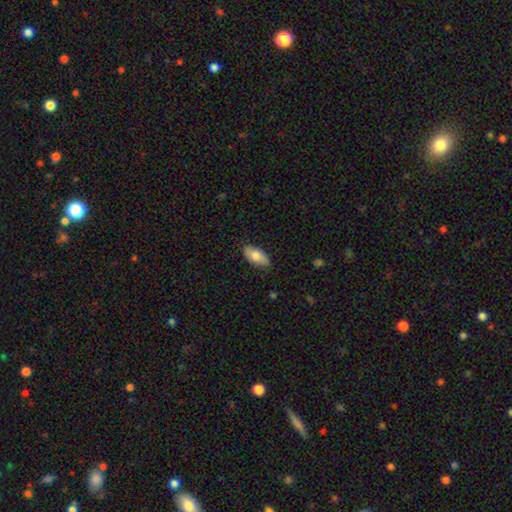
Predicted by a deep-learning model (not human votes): smooth_or_featured: smooth (p=0.76) [alt: featured or disk p=0.17]
how_rounded: in between (p=0.90) [alt: cigar-shaped p=0.07]
merging: none (p=0.82) [alt: minor disturbance p=0.14]